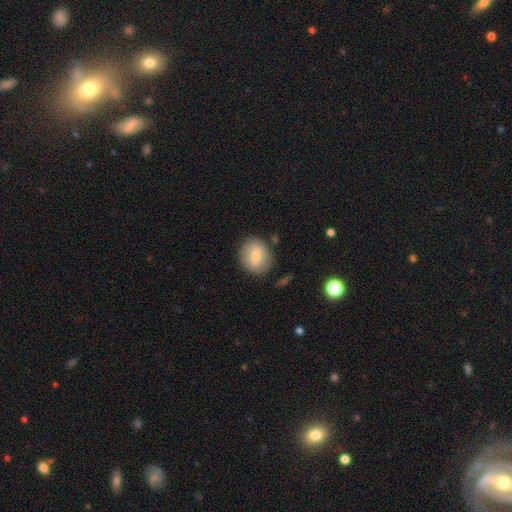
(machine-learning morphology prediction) This is likely a smooth galaxy (70%). How rounded: likely round (75%). Merging: clearly none (83%).